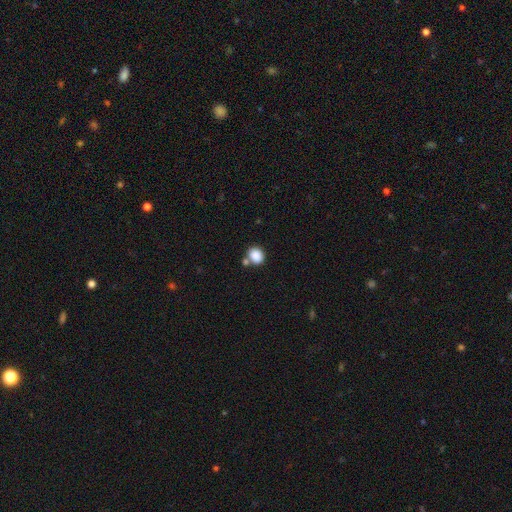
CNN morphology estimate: smooth-or-featured: smooth: 86% | star or artifact: 9% | featured or disk: 4%
  how-rounded: round: 65% | in between: 34% | cigar-shaped: 1%
  merging: none: 65% | merger: 20% | minor disturbance: 11% | major disturbance: 3%